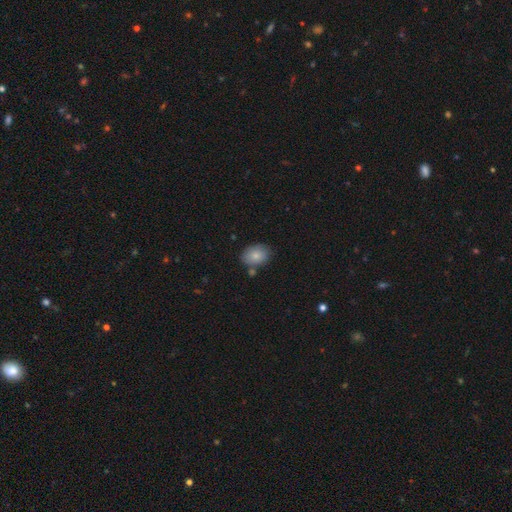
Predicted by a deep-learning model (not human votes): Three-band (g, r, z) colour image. It shows a smooth galaxy with no disk features (82%) that is in between round and cigar-shaped (72%). Merging: none (74%).